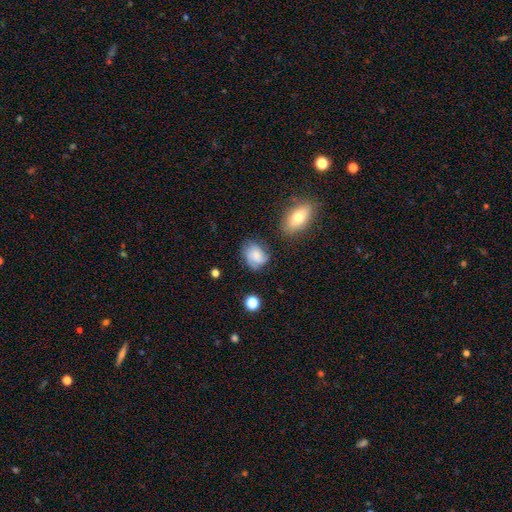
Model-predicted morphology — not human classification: Smooth or featured: smooth — 59% (featured or disk — 32%)
How rounded: in between — 58% (round — 41%)
Merging: none — 60% (minor disturbance — 27%)